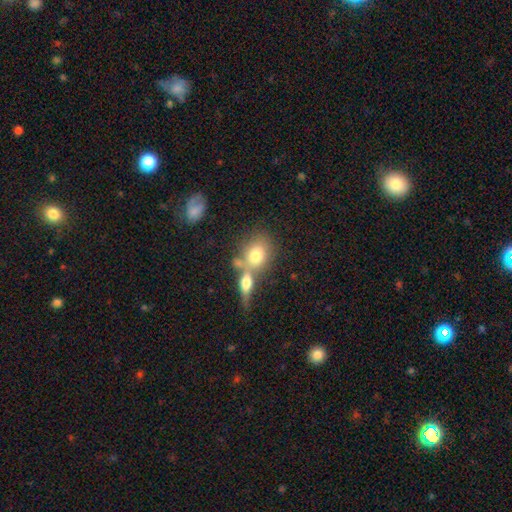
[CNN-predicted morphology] smooth_or_featured: smooth (p=0.74) [alt: featured or disk p=0.18]
how_rounded: in between (p=0.56) [alt: round p=0.41]
merging: merger (p=0.45) [alt: none p=0.39]